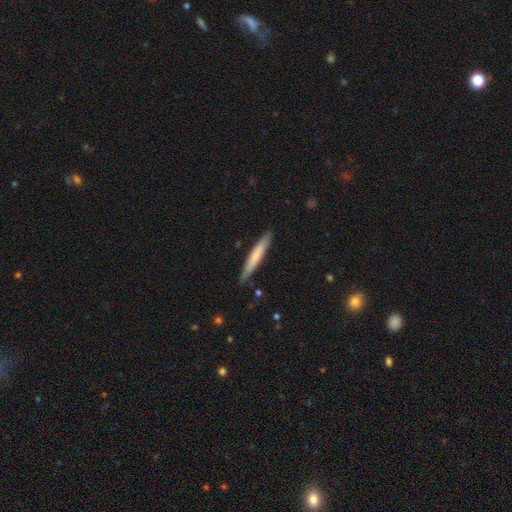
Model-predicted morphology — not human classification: This is likely a smooth galaxy (68%). How rounded: clearly cigar-shaped (95%). Merging: clearly none (86%).